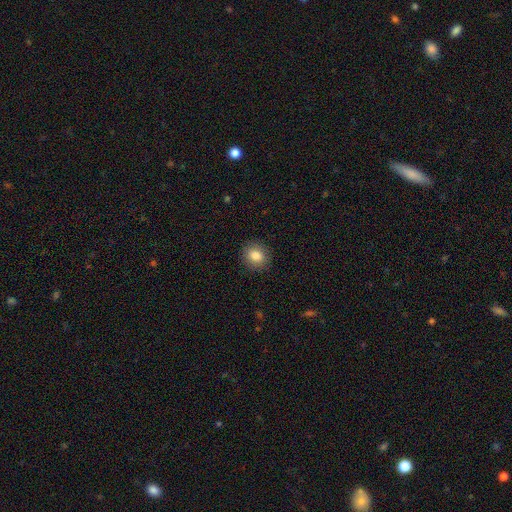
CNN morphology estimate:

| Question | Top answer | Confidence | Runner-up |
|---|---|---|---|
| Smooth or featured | smooth | 84% | star or artifact (9%) |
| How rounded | round | 71% | in between (28%) |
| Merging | none | 90% | minor disturbance (7%) |